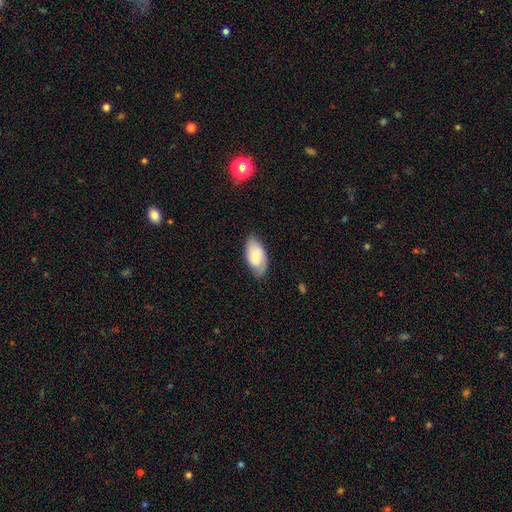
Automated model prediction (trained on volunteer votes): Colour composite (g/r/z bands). It shows a smooth galaxy with no disk features (63%) that is in between round and cigar-shaped (94%). Merging: none (72%).